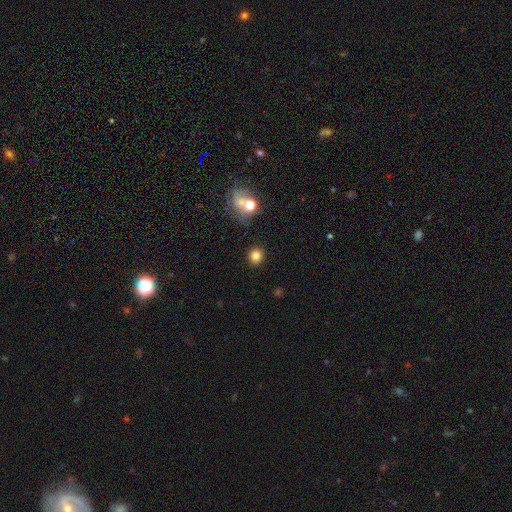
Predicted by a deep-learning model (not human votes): Q: Smooth or featured?
A: smooth (81%); runner-up: star or artifact (13%)
Q: How rounded?
A: round (82%); runner-up: in between (17%)
Q: Merging?
A: none (88%); runner-up: minor disturbance (7%)